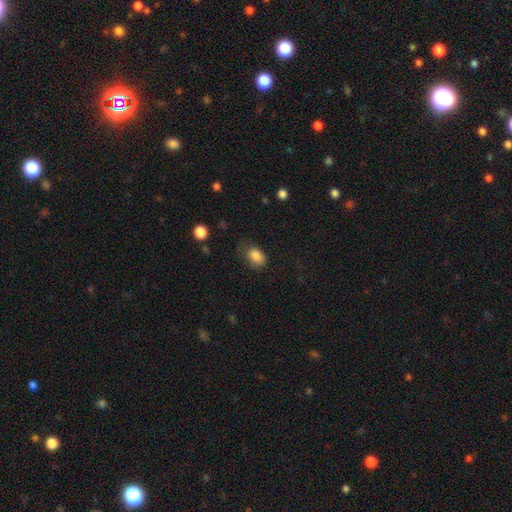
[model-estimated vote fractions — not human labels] The model was most divided on "merging": none: 56%, minor disturbance: 30%, major disturbance: 12%, merger: 2%. More confident: smooth or featured — smooth (84%); how rounded — in between (76%).